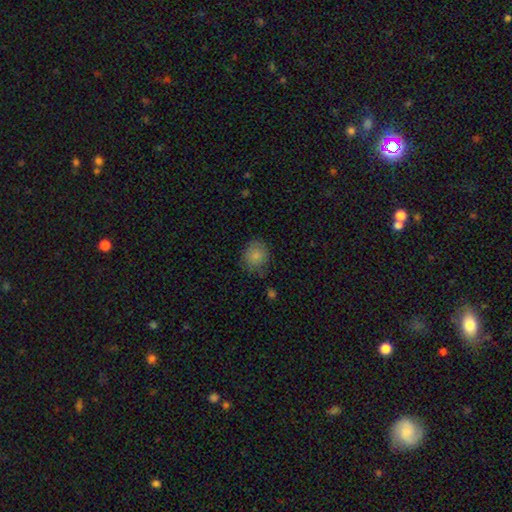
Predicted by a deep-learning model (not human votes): A smooth galaxy with no disk features (84%) that is round (71%). Merging: none (73%).